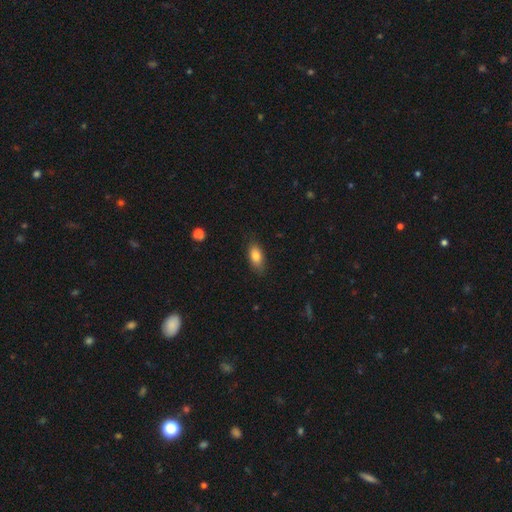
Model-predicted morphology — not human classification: This appears to be a smooth galaxy with no disk features (81%) that is in between round and cigar-shaped (87%). Merging: none (82%).